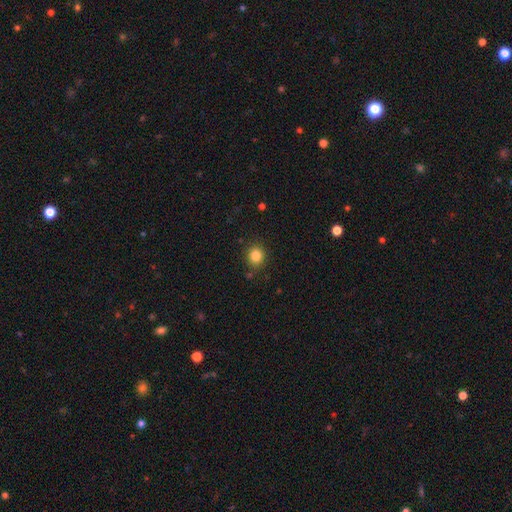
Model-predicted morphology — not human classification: smooth-or-featured: smooth: 83% | star or artifact: 12% | featured or disk: 5%
  how-rounded: round: 82% | in between: 17% | cigar-shaped: 1%
  merging: none: 87% | minor disturbance: 8% | major disturbance: 2% | merger: 2%